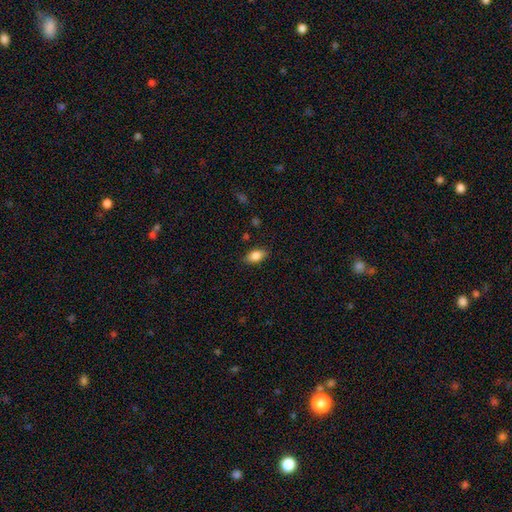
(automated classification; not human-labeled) Smooth or featured: smooth — 83% (featured or disk — 9%)
How rounded: in between — 89% (cigar-shaped — 6%)
Merging: none — 84% (minor disturbance — 12%)